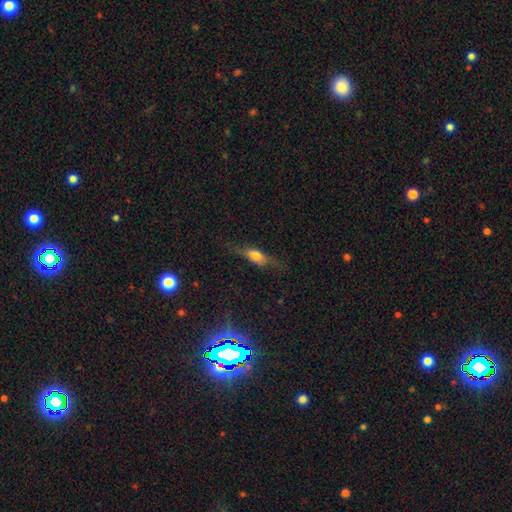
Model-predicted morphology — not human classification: smooth_or_featured: smooth (p=0.59) [alt: featured or disk p=0.32]
how_rounded: in between (p=0.55) [alt: cigar-shaped p=0.40]
merging: none (p=0.65) [alt: minor disturbance p=0.22]